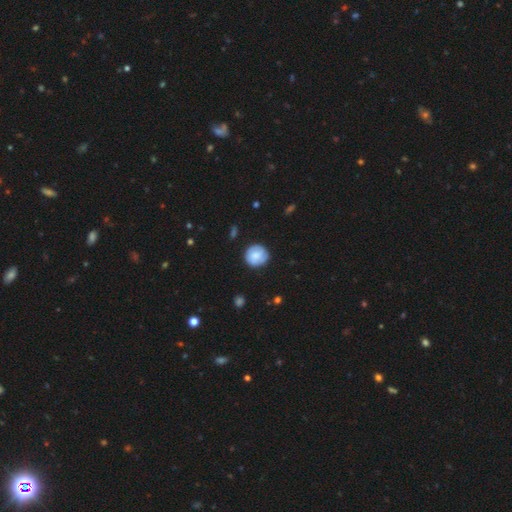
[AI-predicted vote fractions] Smooth or featured?
  - smooth: 68% *
  - featured or disk: 25%
  - star or artifact: 7%
How rounded?
  - round: 91% *
  - in between: 8%
  - cigar-shaped: 1%
Merging?
  - none: 84% *
  - minor disturbance: 12%
  - major disturbance: 3%
  - merger: 1%